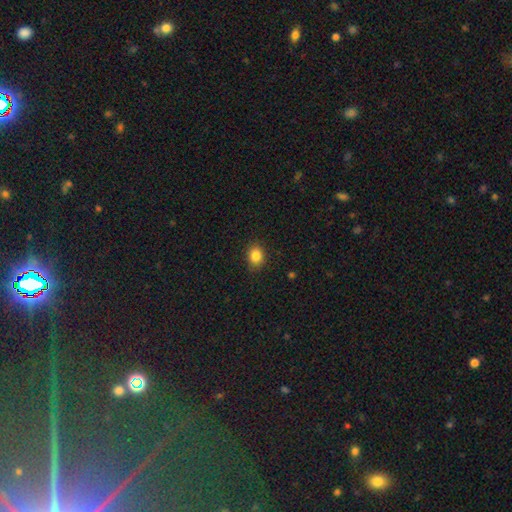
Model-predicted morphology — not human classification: This is clearly a smooth galaxy (85%). How rounded: possibly round (52%). Merging: clearly none (87%).